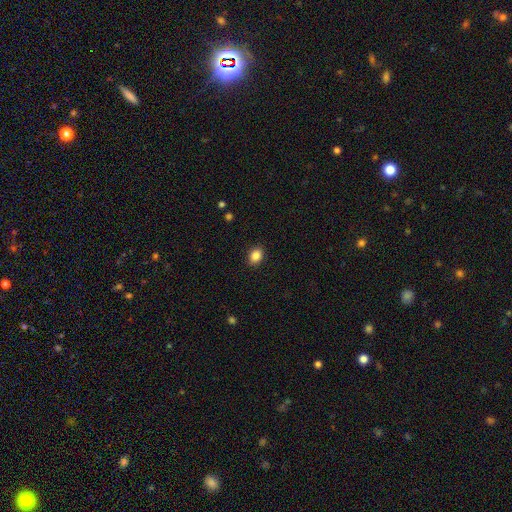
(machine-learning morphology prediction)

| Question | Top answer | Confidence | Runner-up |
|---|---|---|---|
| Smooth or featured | smooth | 86% | star or artifact (10%) |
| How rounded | in between | 58% | round (41%) |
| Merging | none | 90% | minor disturbance (7%) |